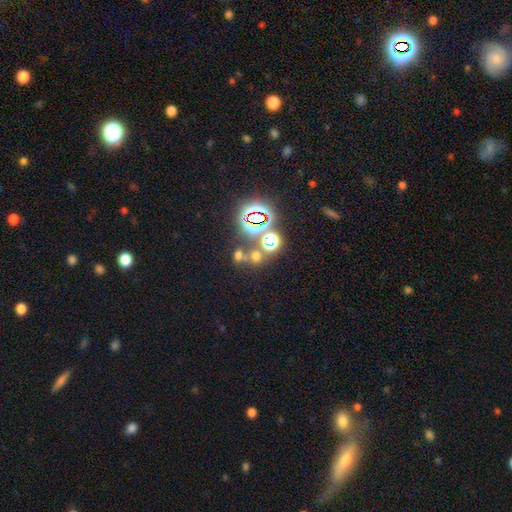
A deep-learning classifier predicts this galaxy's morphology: Smooth or featured? Predicted: star or artifact (p=0.46).